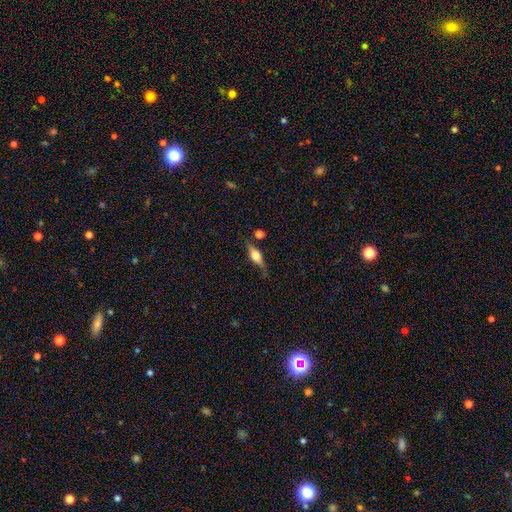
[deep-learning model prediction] smooth-or-featured: featured or disk: 58% | smooth: 34% | star or artifact: 8%
  disk-edge-on: yes: 93% | no: 7%
    edge-on-bulge: rounded: 90% | boxy: 8% | none: 2%
  merging: none: 71% | minor disturbance: 18% | major disturbance: 6% | merger: 5%